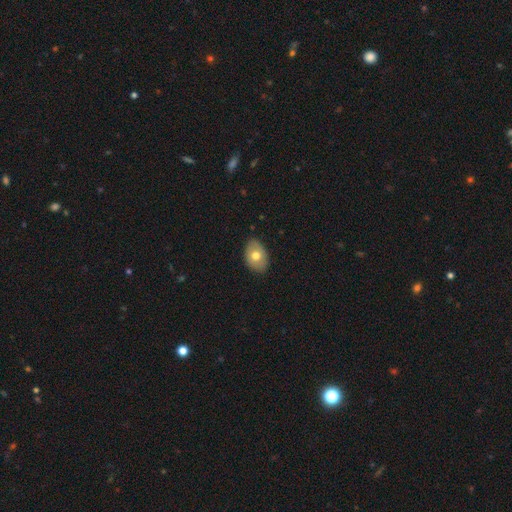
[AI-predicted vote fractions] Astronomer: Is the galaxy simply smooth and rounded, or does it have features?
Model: smooth — 69%.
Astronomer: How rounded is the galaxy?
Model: in between — 81%.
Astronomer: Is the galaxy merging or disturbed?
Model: none — 84%.